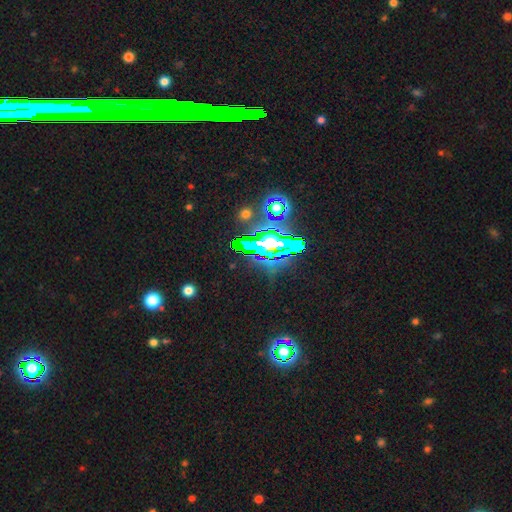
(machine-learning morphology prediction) smooth-or-featured: star or artifact: 70% | featured or disk: 16% | smooth: 14%